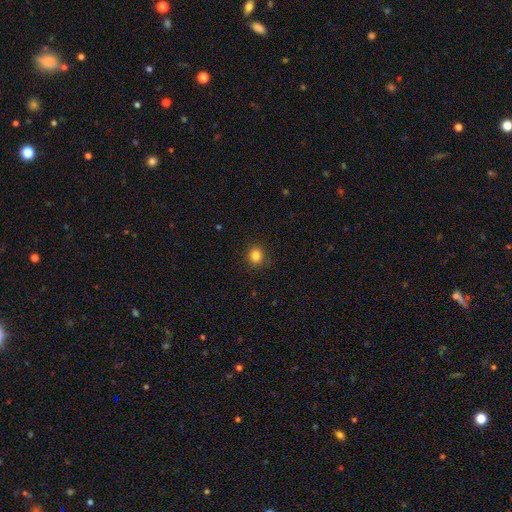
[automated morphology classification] smooth_or_featured: smooth (p=0.83) [alt: star or artifact p=0.12]
how_rounded: round (p=0.90) [alt: in between p=0.09]
merging: none (p=0.90) [alt: minor disturbance p=0.06]